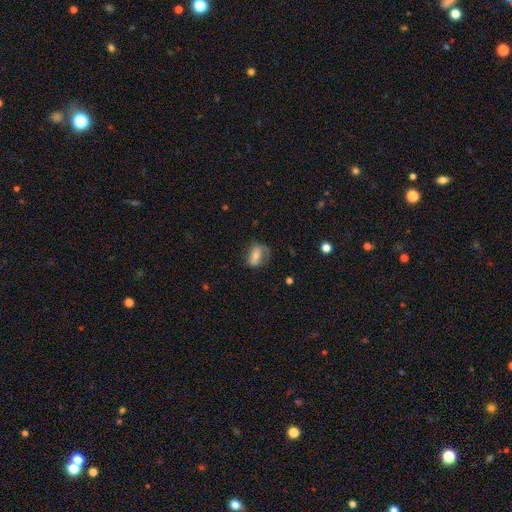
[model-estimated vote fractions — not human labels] Smooth or featured?
  - smooth: 50% *
  - featured or disk: 41%
  - star or artifact: 8%
How rounded?
  - in between: 80% *
  - round: 15%
  - cigar-shaped: 5%
Merging?
  - none: 53% *
  - minor disturbance: 26%
  - major disturbance: 19%
  - merger: 2%